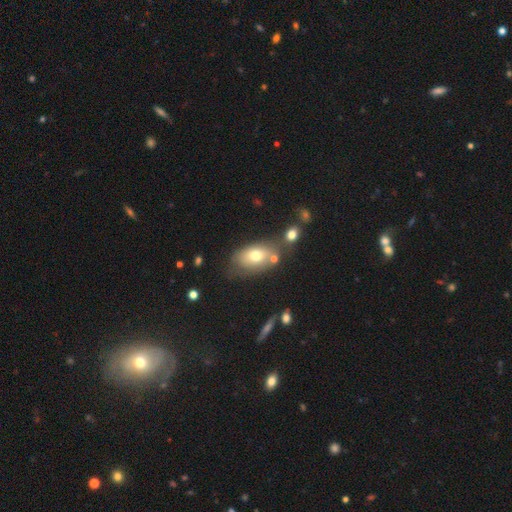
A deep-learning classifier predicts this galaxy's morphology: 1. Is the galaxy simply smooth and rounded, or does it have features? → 71% smooth, 20% featured or disk, 9% star or artifact.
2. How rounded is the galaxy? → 88% in between, 10% round, 2% cigar-shaped.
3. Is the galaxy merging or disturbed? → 57% none, 19% minor disturbance, 16% merger, 8% major disturbance.